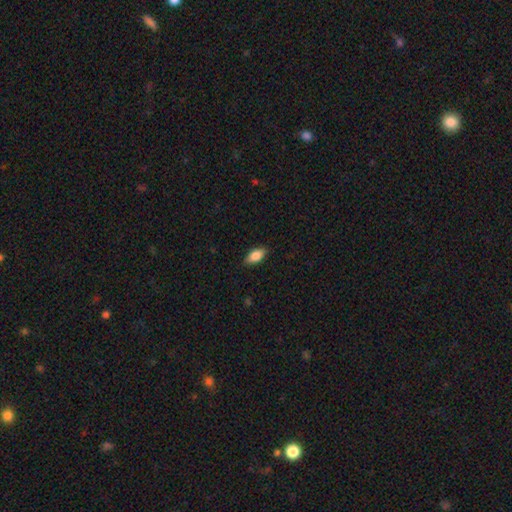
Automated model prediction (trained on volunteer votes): The model was most divided on "smooth or featured": smooth: 84%, featured or disk: 9%, star or artifact: 7%. More confident: how rounded — in between (89%); merging — none (86%).